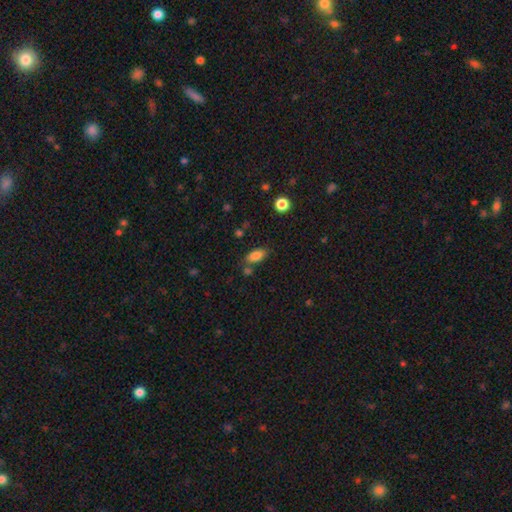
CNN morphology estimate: A smooth galaxy with no disk features (84%) that is in between round and cigar-shaped (89%).

Vote fractions:
- Smooth or featured? smooth: 84% / star or artifact: 9% / featured or disk: 7%
- How rounded? in between: 89% / cigar-shaped: 7% / round: 4%
- Merging? none: 70% / minor disturbance: 14% / merger: 12% / major disturbance: 4%